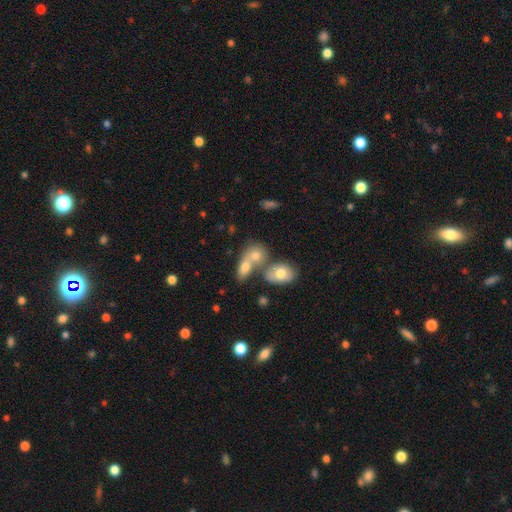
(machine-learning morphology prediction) This appears to be a smooth galaxy with no disk features (71%) that is in between round and cigar-shaped (65%). Merging: merger (57%).